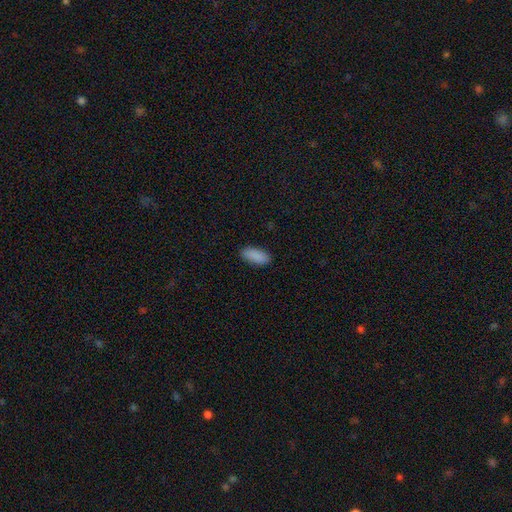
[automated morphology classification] smooth 90%, star or artifact 7%, featured or disk 4%. Down the decision tree: how rounded — in between (89%); merging — none (87%).